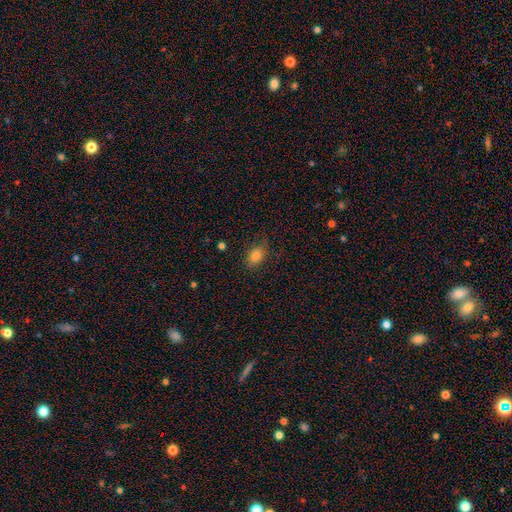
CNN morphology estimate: Smooth or featured? smooth (82%)
How rounded? in between (76%)
Merging? none (76%)